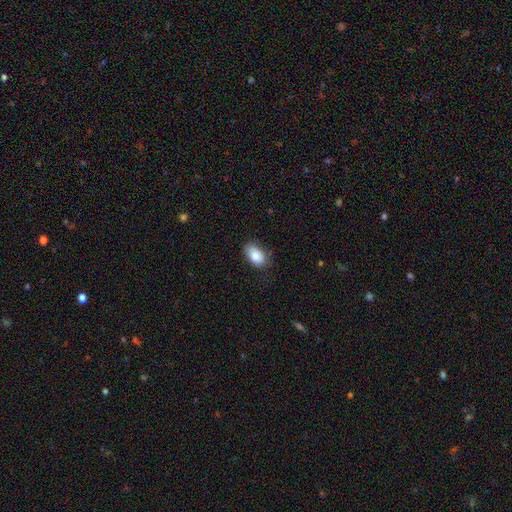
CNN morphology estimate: smooth_or_featured: smooth (p=0.85) [alt: star or artifact p=0.08]
how_rounded: in between (p=0.92) [alt: round p=0.06]
merging: none (p=0.72) [alt: minor disturbance p=0.22]